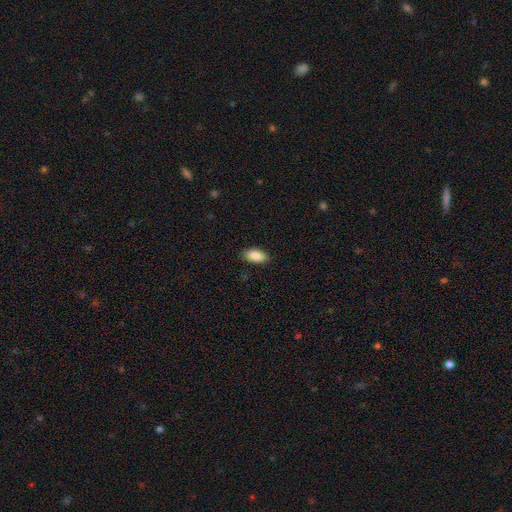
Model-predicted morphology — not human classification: Smooth or featured? smooth (87%)
How rounded? in between (93%)
Merging? none (88%)